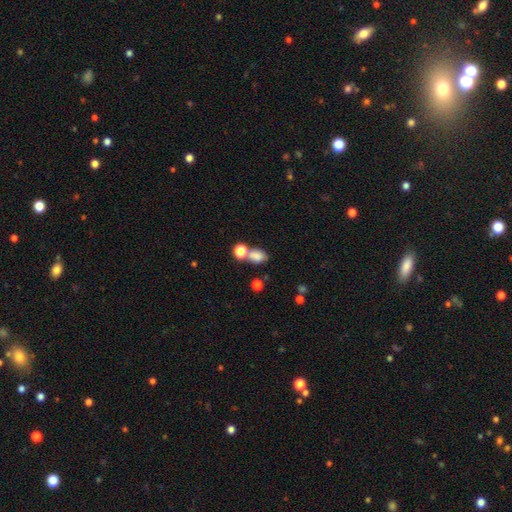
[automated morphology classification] Smooth or featured?
  - smooth: 79% *
  - star or artifact: 12%
  - featured or disk: 9%
How rounded?
  - in between: 71% *
  - round: 28%
  - cigar-shaped: 2%
Merging?
  - none: 43% *
  - merger: 38%
  - minor disturbance: 12%
  - major disturbance: 6%